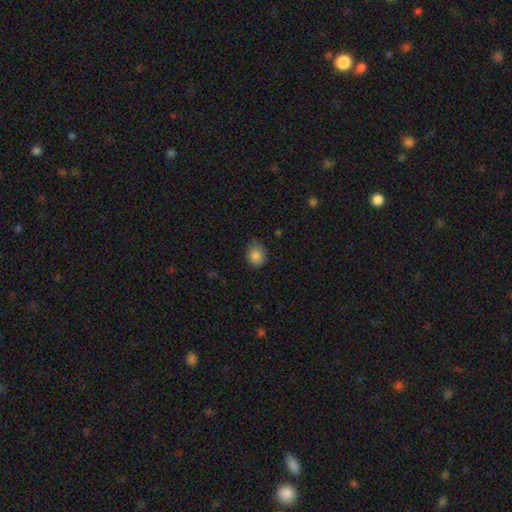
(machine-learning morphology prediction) Smooth or featured?
  - smooth: 85% *
  - star or artifact: 9%
  - featured or disk: 5%
How rounded?
  - round: 67% *
  - in between: 32%
  - cigar-shaped: 1%
Merging?
  - none: 72% *
  - minor disturbance: 23%
  - major disturbance: 4%
  - merger: 1%